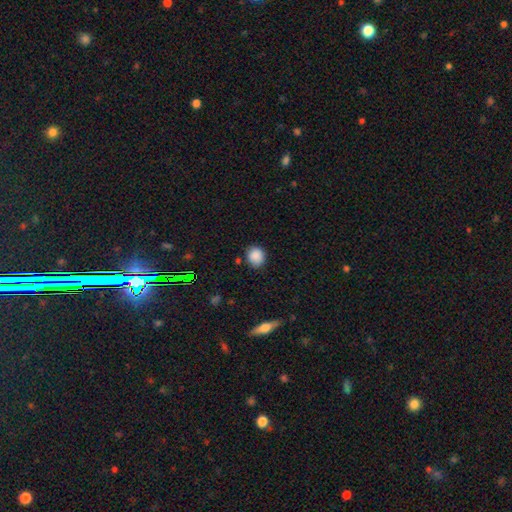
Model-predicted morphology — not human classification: smooth_or_featured: smooth (p=0.87) [alt: star or artifact p=0.08]
how_rounded: round (p=0.78) [alt: in between p=0.21]
merging: none (p=0.79) [alt: minor disturbance p=0.16]